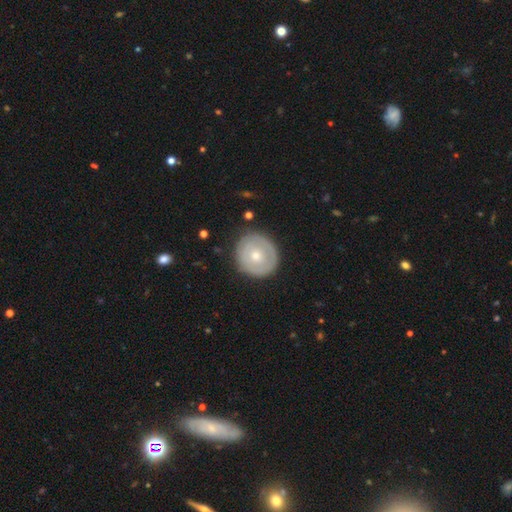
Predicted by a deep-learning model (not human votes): A smooth galaxy with no disk features (50%) that is round (87%). Merging: none (83%).